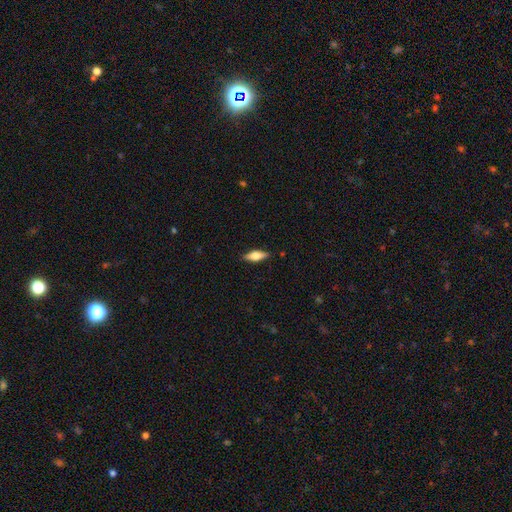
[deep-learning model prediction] Smooth or featured: smooth — 57% (featured or disk — 37%)
How rounded: in between — 63% (cigar-shaped — 34%)
Merging: none — 87% (minor disturbance — 10%)